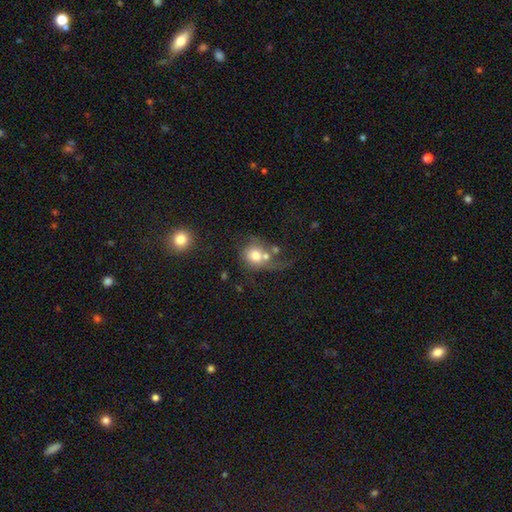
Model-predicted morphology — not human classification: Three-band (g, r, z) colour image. It shows a smooth galaxy with no disk features (66%) that is round (73%). Merging: merger (45%).